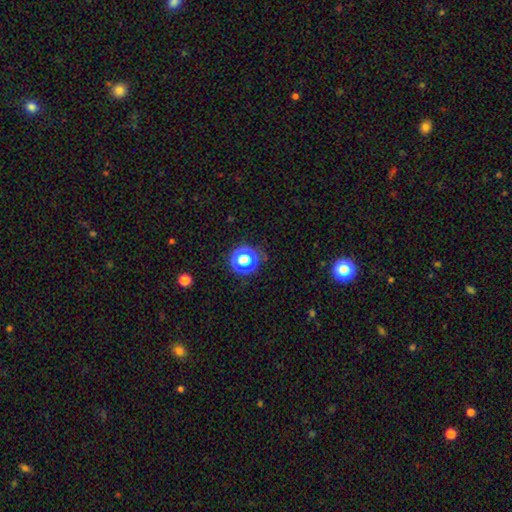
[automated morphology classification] Smooth or featured? star or artifact (67%)